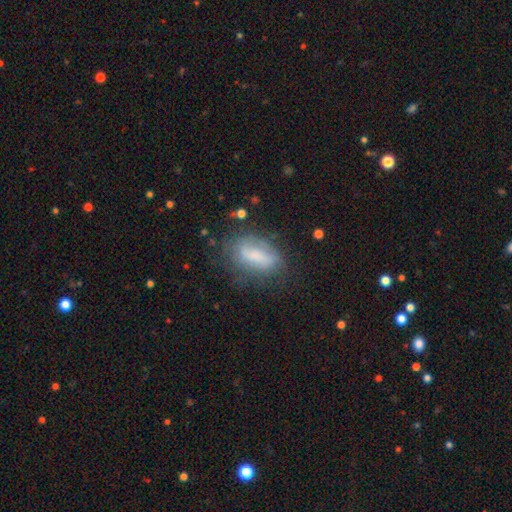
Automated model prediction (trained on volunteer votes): This appears to be a smooth galaxy with no disk features (63%) that is in between round and cigar-shaped (80%). Merging: none (59%).